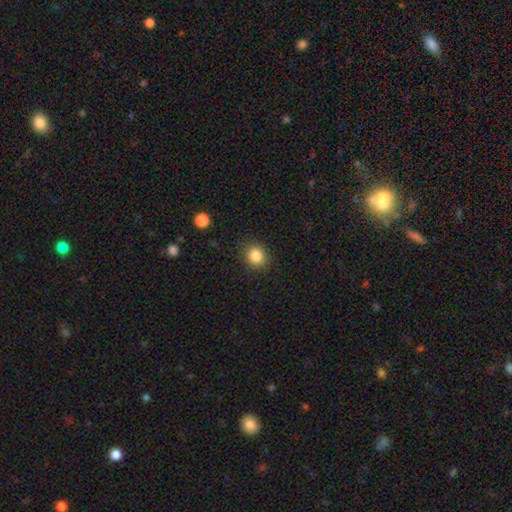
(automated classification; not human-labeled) A smooth galaxy with no disk features (85%) that is round (80%). Merging: none (88%).